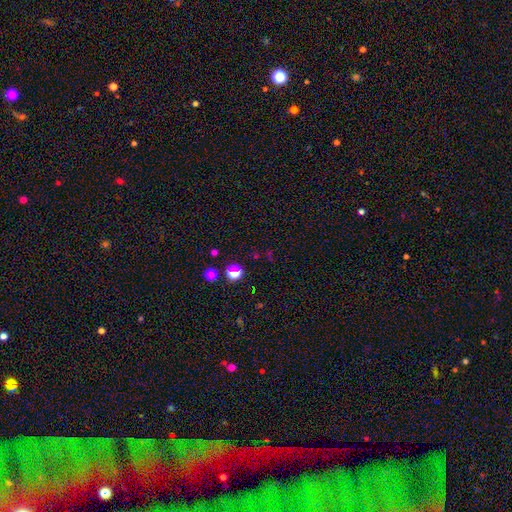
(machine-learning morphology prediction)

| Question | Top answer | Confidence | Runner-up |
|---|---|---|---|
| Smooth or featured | star or artifact | 59% | smooth (34%) |